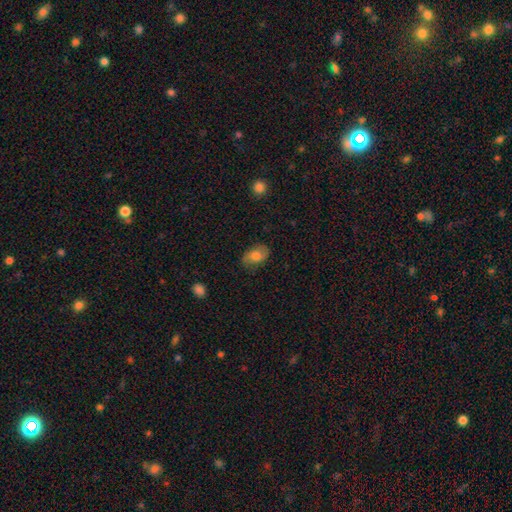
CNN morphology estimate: A smooth galaxy with no disk features (74%) that is in between round and cigar-shaped (89%).

Vote fractions:
- Smooth or featured? smooth: 74% / featured or disk: 19% / star or artifact: 8%
- How rounded? in between: 89% / round: 10% / cigar-shaped: 1%
- Merging? none: 77% / minor disturbance: 18% / major disturbance: 4% / merger: 1%